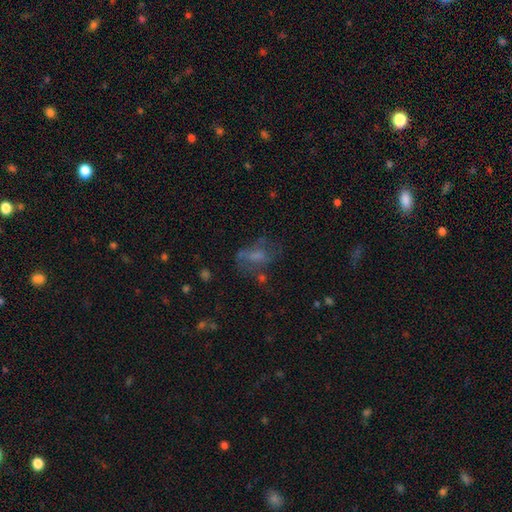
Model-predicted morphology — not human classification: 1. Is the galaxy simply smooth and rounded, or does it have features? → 41% smooth, 40% featured or disk, 19% star or artifact.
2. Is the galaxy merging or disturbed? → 41% none, 33% major disturbance, 20% minor disturbance, 6% merger.